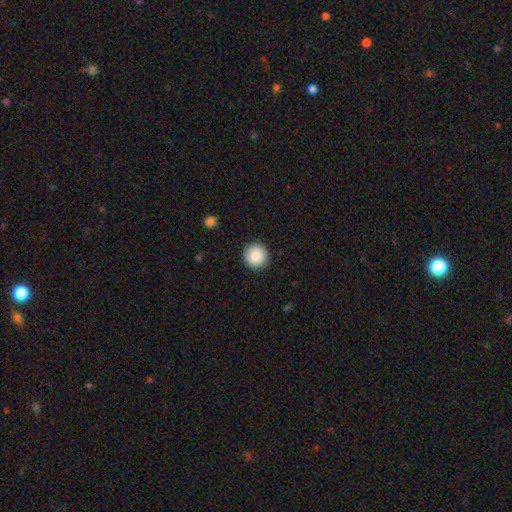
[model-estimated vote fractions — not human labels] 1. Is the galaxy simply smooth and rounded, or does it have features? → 88% smooth, 8% star or artifact, 5% featured or disk.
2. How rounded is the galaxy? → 94% round, 5% in between, 1% cigar-shaped.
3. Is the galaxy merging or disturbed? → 91% none, 6% minor disturbance, 2% major disturbance, 1% merger.